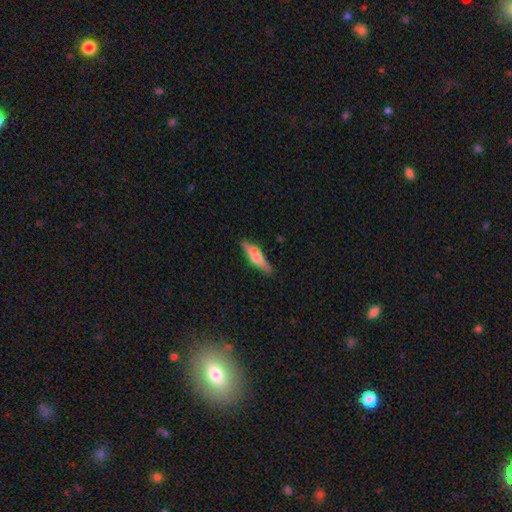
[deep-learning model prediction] A smooth galaxy with no disk features (59%) that is cigar-shaped (74%).

Vote fractions:
- Smooth or featured? smooth: 59% / featured or disk: 35% / star or artifact: 6%
- How rounded? cigar-shaped: 74% / in between: 24% / round: 2%
- Merging? none: 74% / minor disturbance: 15% / merger: 7% / major disturbance: 3%